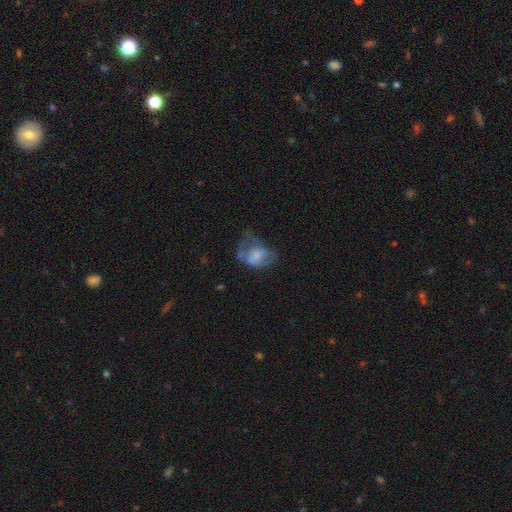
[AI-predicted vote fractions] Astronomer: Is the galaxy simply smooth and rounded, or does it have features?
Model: smooth — 50% (runner-up: featured or disk, 40%).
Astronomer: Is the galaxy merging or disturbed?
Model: major disturbance — 43% (runner-up: none, 25%).